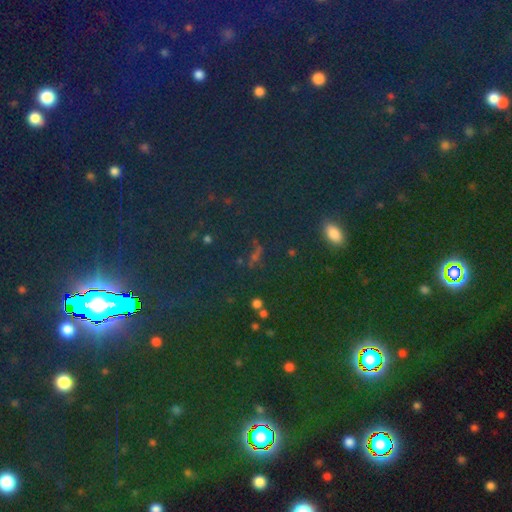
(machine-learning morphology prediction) Overall: star or artifact (66%).